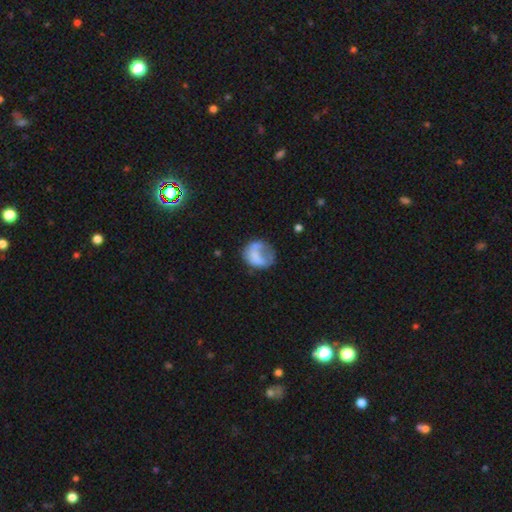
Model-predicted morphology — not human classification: smooth 61%, featured or disk 30%, star or artifact 9%. Down the decision tree: how rounded — round (70%); merging — none (38%).